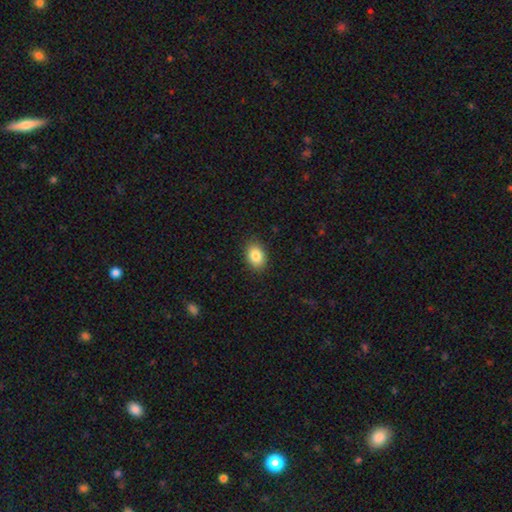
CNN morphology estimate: A smooth galaxy with no disk features (85%) that is in between round and cigar-shaped (78%).

Vote fractions:
- Smooth or featured? smooth: 85% / star or artifact: 8% / featured or disk: 7%
- How rounded? in between: 78% / round: 21% / cigar-shaped: 1%
- Merging? none: 88% / minor disturbance: 9% / major disturbance: 2% / merger: 1%